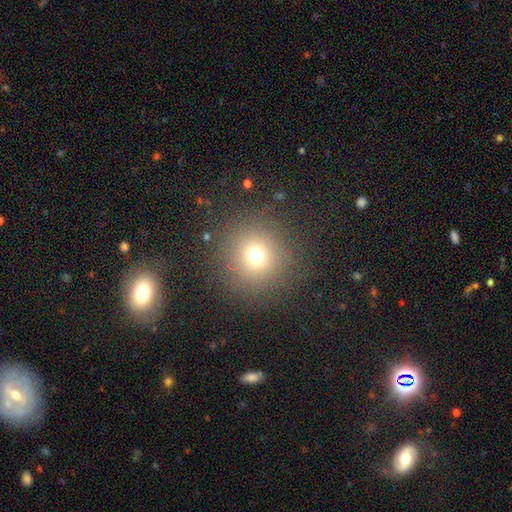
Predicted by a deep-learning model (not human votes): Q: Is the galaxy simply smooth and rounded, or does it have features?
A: smooth — 69%.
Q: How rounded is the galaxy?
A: round — 94%.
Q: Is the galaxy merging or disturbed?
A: none — 87%.